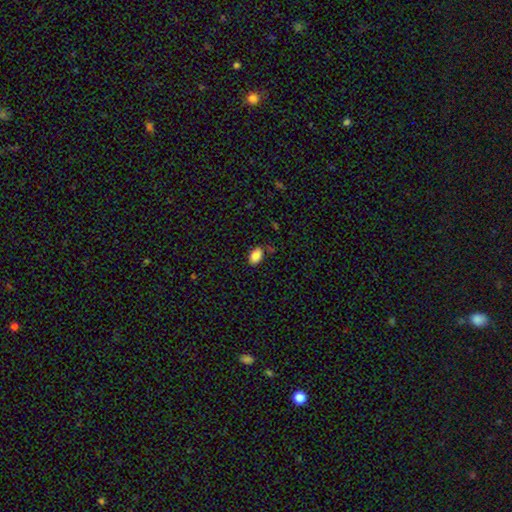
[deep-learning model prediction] Smooth or featured?
  - smooth: 86% *
  - star or artifact: 8%
  - featured or disk: 6%
How rounded?
  - in between: 90% *
  - round: 9%
  - cigar-shaped: 1%
Merging?
  - none: 82% *
  - minor disturbance: 13%
  - major disturbance: 3%
  - merger: 3%